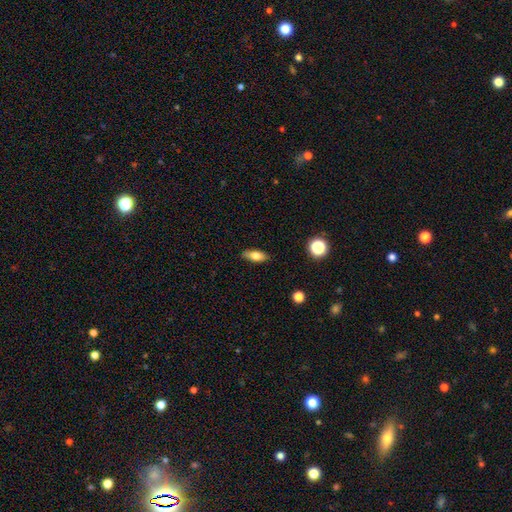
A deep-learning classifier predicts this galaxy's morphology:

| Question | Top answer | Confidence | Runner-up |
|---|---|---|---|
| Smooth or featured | smooth | 74% | featured or disk (18%) |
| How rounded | in between | 77% | cigar-shaped (19%) |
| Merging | none | 85% | minor disturbance (11%) |